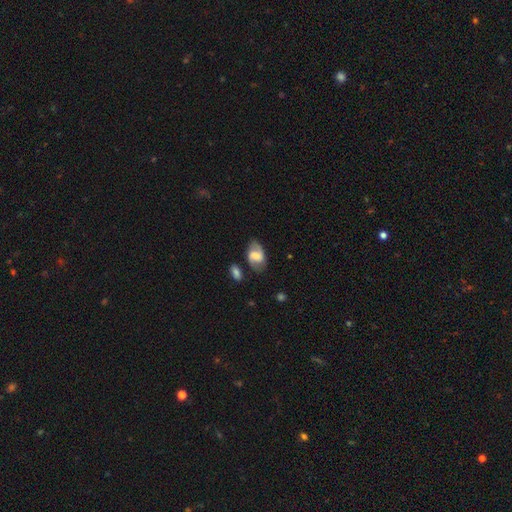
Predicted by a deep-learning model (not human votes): featured or disk 50%, smooth 42%, star or artifact 8%. Down the decision tree: edge-on disk — no (95%); merging — none (68%).